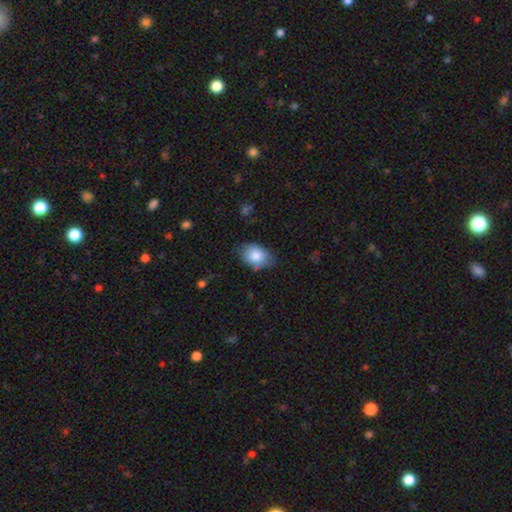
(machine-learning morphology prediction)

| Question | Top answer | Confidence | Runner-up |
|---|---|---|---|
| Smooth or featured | smooth | 82% | featured or disk (11%) |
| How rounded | in between | 82% | round (17%) |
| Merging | none | 66% | minor disturbance (27%) |